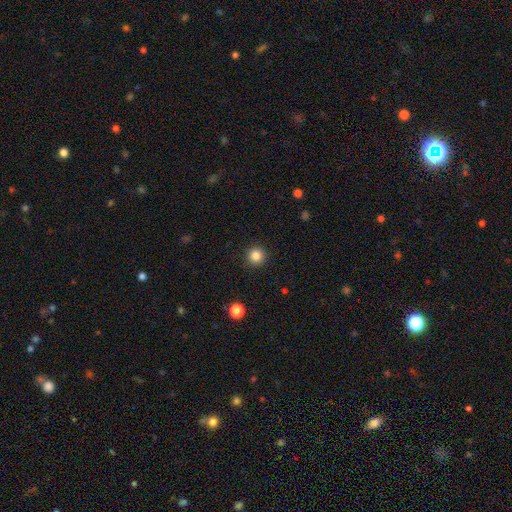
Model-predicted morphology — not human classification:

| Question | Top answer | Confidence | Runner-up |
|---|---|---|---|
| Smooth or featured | smooth | 84% | star or artifact (12%) |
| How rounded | round | 95% | in between (4%) |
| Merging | none | 92% | minor disturbance (5%) |